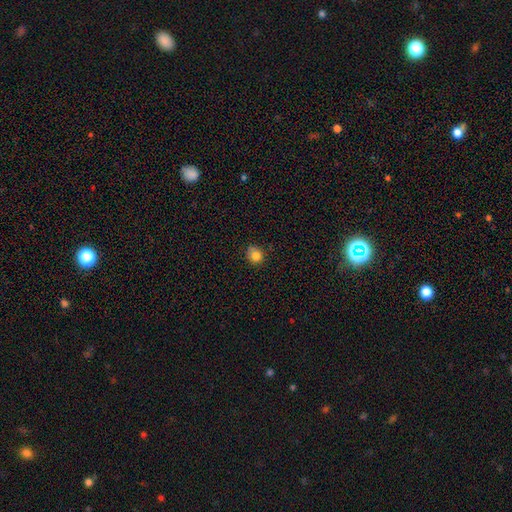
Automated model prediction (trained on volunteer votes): Morphology: type=smooth (82%); roundness=round (78%); merging=none (75%).